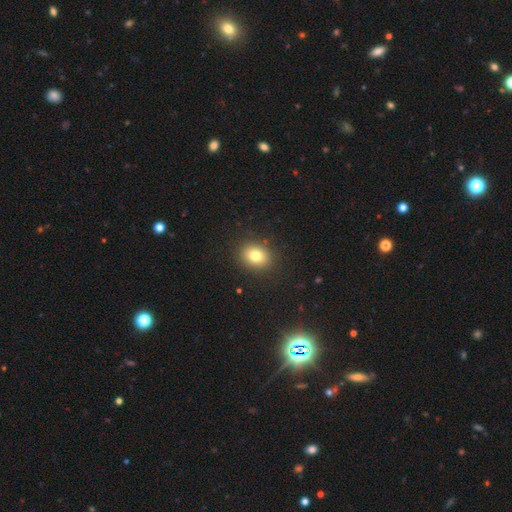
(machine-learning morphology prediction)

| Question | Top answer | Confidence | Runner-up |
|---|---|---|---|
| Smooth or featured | smooth | 79% | star or artifact (11%) |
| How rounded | in between | 50% | round (49%) |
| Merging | none | 88% | minor disturbance (8%) |